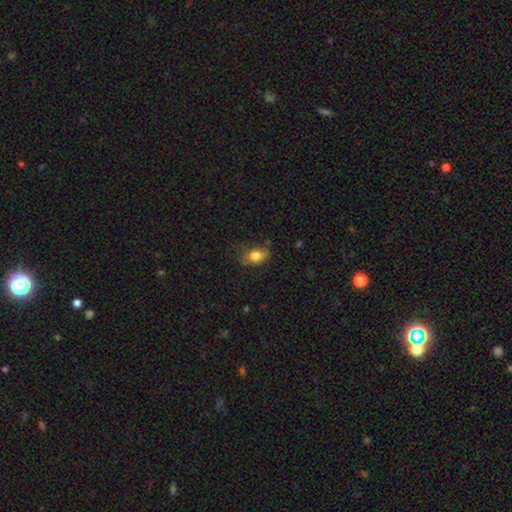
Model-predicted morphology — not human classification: This is clearly a smooth galaxy (82%). How rounded: clearly in between (83%). Merging: likely none (70%).